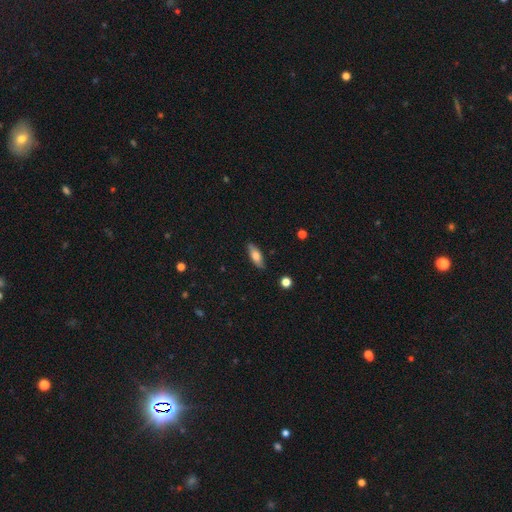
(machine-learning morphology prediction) type=smooth (67%); roundness=in between (65%); merging=none (84%).